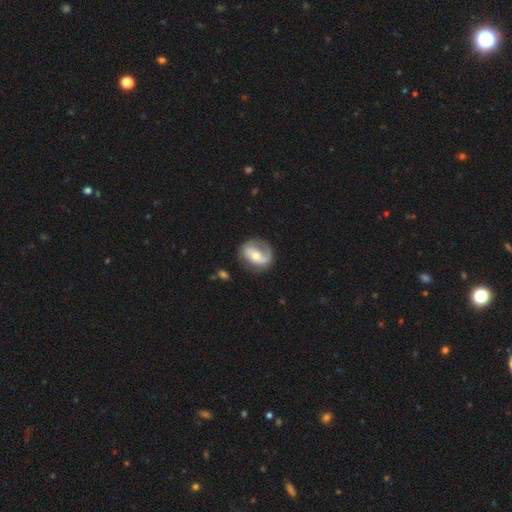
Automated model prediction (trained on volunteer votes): Q: Smooth or featured?
A: featured or disk (76%); runner-up: smooth (19%)
Q: Edge-on disk?
A: no (97%); runner-up: yes (3%)
Q: Bar?
A: no (44%); runner-up: weak (36%)
Q: Spiral arms?
A: yes (88%); runner-up: no (12%)
Q: Spiral winding?
A: medium (39%); runner-up: loose (31%)
Q: Spiral arm count?
A: 2 (52%); runner-up: 1 (39%)
Q: Bulge size?
A: moderate (62%); runner-up: small (32%)
Q: Merging?
A: none (68%); runner-up: minor disturbance (19%)